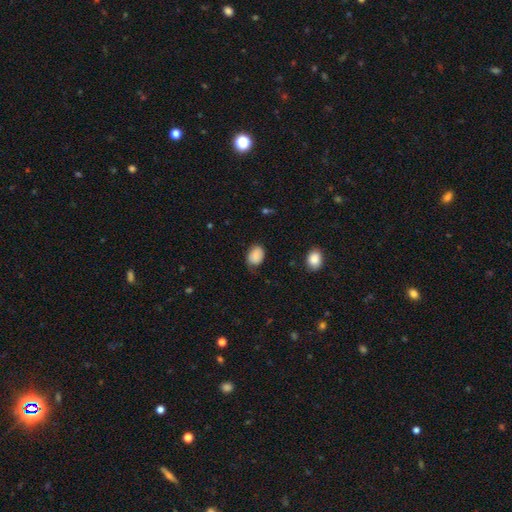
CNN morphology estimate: type=smooth (84%); roundness=in between (70%); merging=none (66%).